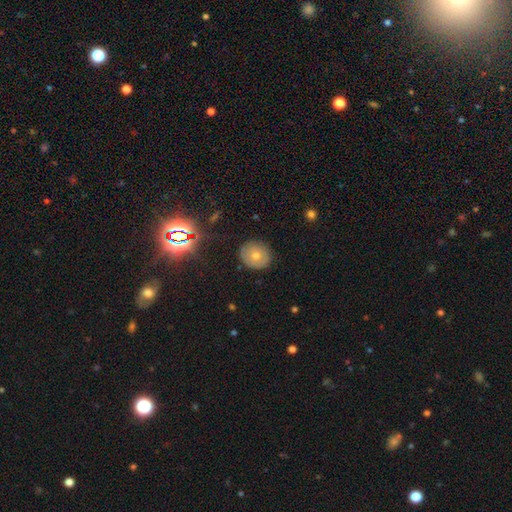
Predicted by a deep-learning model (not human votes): smooth_or_featured: smooth (p=0.67) [alt: featured or disk p=0.20]
how_rounded: round (p=0.78) [alt: in between p=0.22]
merging: none (p=0.84) [alt: minor disturbance p=0.12]